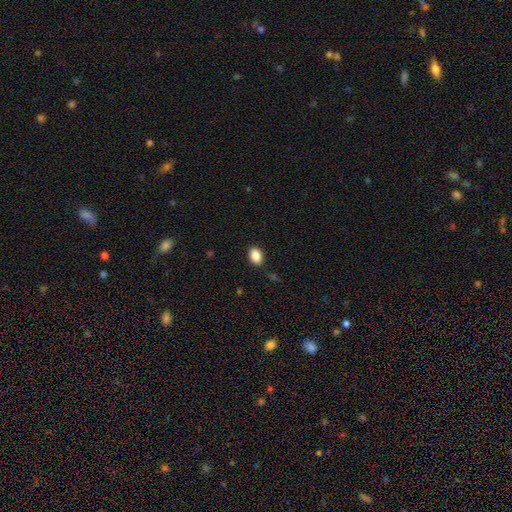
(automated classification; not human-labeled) Smooth or featured? Predicted: smooth (p=0.88). How rounded? Predicted: in between (p=0.86). Merging? Predicted: none (p=0.87).